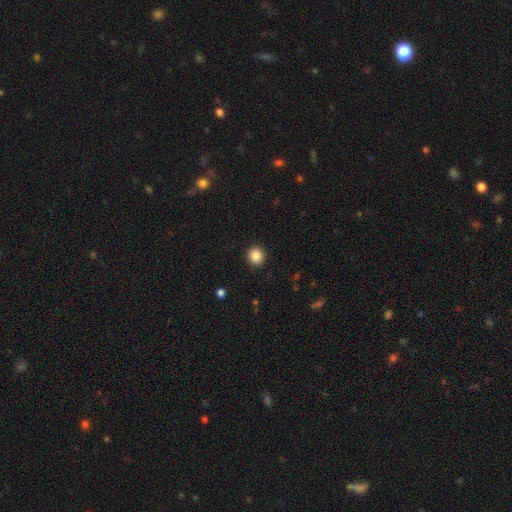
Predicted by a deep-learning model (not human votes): A smooth galaxy with no disk features (88%) that is round (86%). Merging: none (91%).